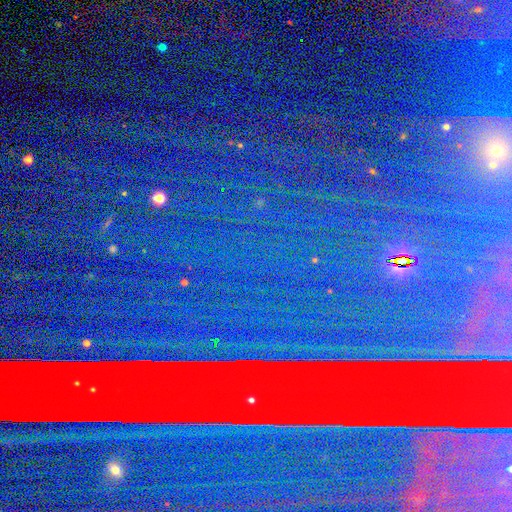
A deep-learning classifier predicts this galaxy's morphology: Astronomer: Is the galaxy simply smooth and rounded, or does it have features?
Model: star or artifact — 80%.